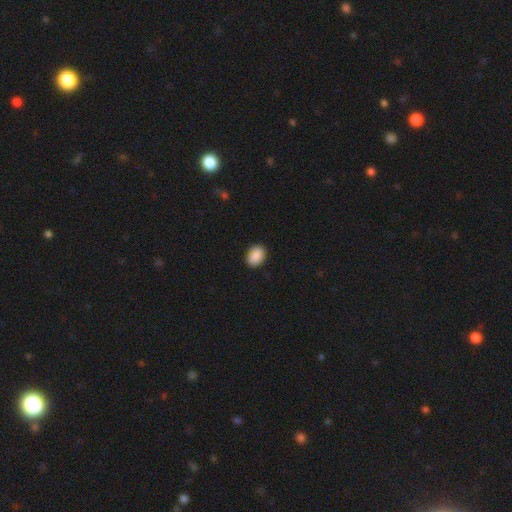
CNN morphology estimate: This is clearly a smooth galaxy (89%). How rounded: likely in between (72%). Merging: clearly none (89%).